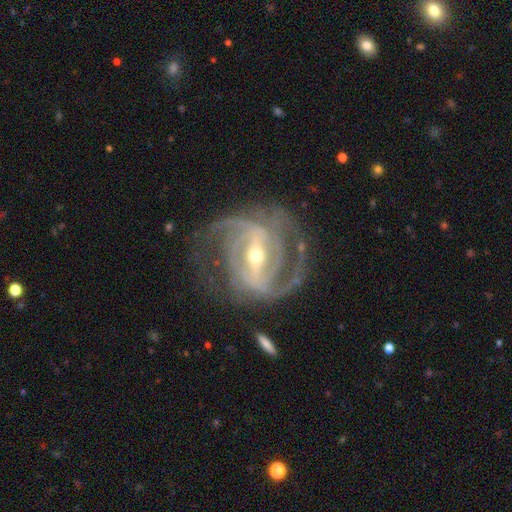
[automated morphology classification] Smooth or featured? Predicted: featured or disk (p=0.92). Edge-on disk? Predicted: no (p=0.97). Bar? Predicted: strong (p=0.68). Spiral arms? Predicted: yes (p=0.98). Spiral winding? Predicted: medium (p=0.46). Spiral arm count? Predicted: 2 (p=0.45). Bulge size? Predicted: small (p=0.50). Merging? Predicted: none (p=0.71).